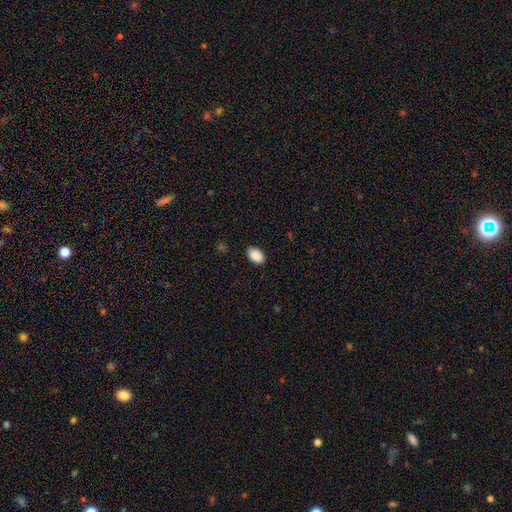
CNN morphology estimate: Smooth or featured?
  - smooth: 90% *
  - star or artifact: 7%
  - featured or disk: 3%
How rounded?
  - in between: 87% *
  - round: 12%
  - cigar-shaped: 1%
Merging?
  - none: 88% *
  - minor disturbance: 9%
  - major disturbance: 2%
  - merger: 1%